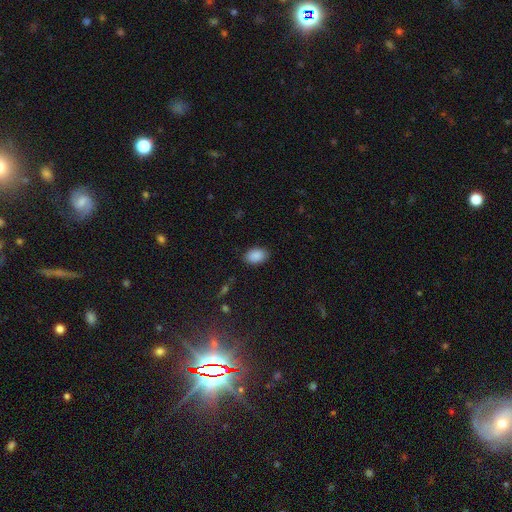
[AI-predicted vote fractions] Q: Smooth or featured?
A: smooth (89%); runner-up: star or artifact (8%)
Q: How rounded?
A: in between (87%); runner-up: round (12%)
Q: Merging?
A: none (87%); runner-up: minor disturbance (10%)